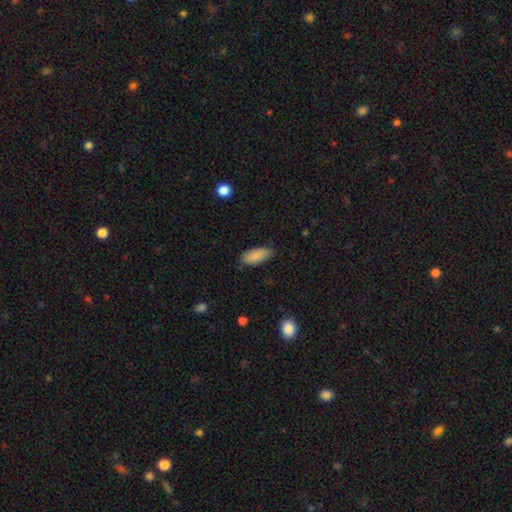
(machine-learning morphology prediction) Smooth or featured: smooth — 88% (star or artifact — 6%)
How rounded: in between — 81% (cigar-shaped — 17%)
Merging: none — 78% (minor disturbance — 17%)